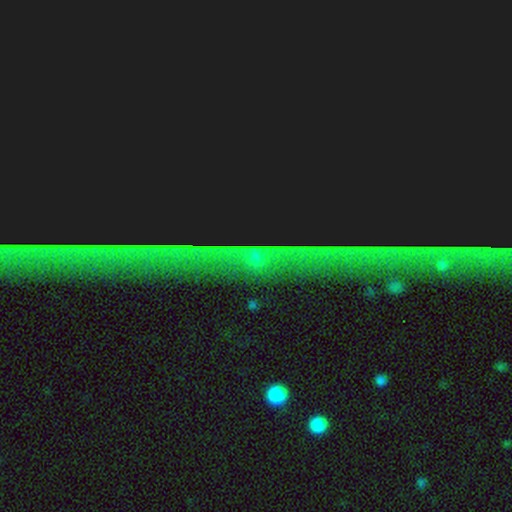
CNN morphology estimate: Smooth or featured: star or artifact — 59% (featured or disk — 25%)